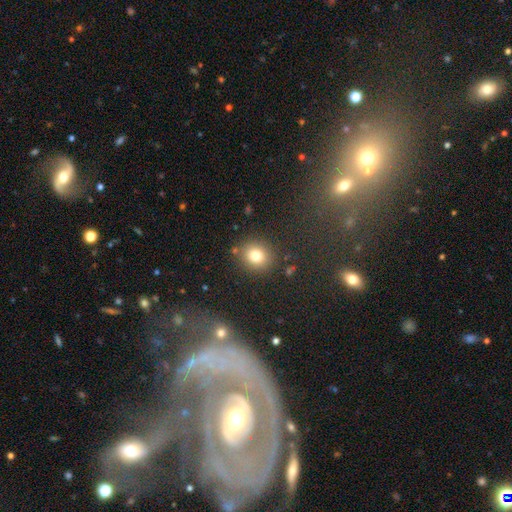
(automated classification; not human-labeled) smooth_or_featured: smooth (p=0.79) [alt: star or artifact p=0.13]
how_rounded: round (p=0.83) [alt: in between p=0.16]
merging: none (p=0.84) [alt: minor disturbance p=0.09]